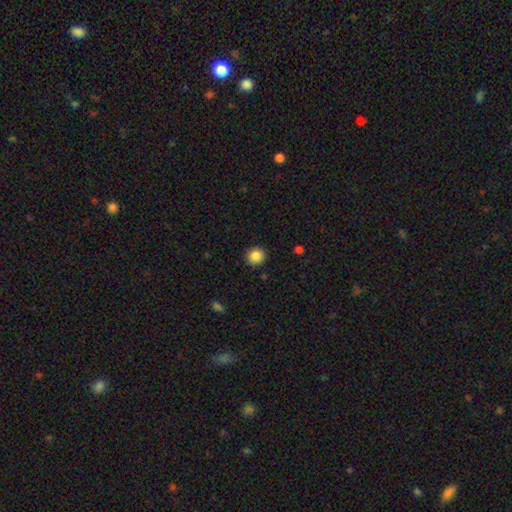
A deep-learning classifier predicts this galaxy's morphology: type=smooth (86%); roundness=round (90%); merging=none (90%).